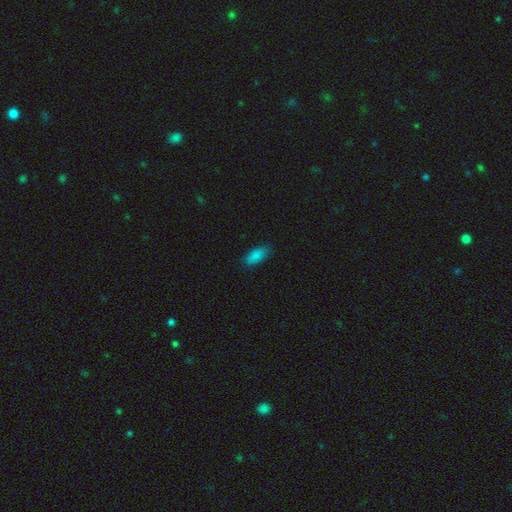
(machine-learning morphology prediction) type=smooth (87%); roundness=in between (84%); merging=none (84%).